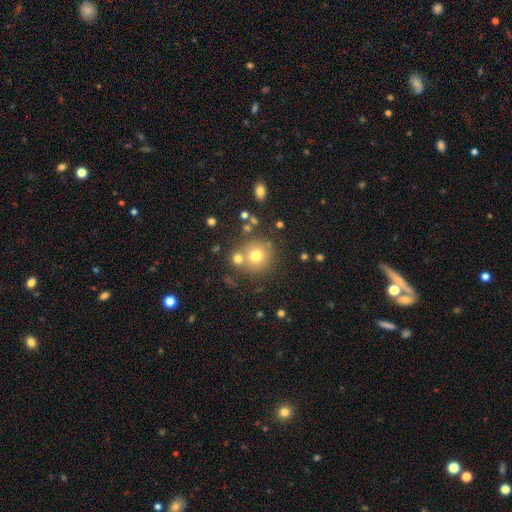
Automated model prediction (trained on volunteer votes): This is likely a smooth galaxy (73%). How rounded: clearly round (91%). Merging: likely none (67%).